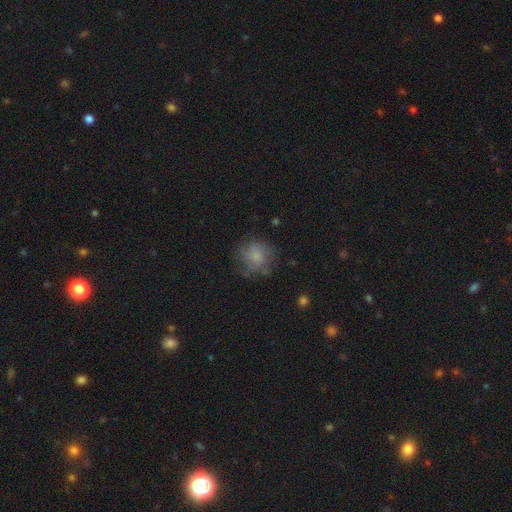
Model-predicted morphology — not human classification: smooth_or_featured: smooth (p=0.58) [alt: featured or disk p=0.30]
how_rounded: round (p=0.82) [alt: in between p=0.17]
merging: none (p=0.65) [alt: minor disturbance p=0.20]